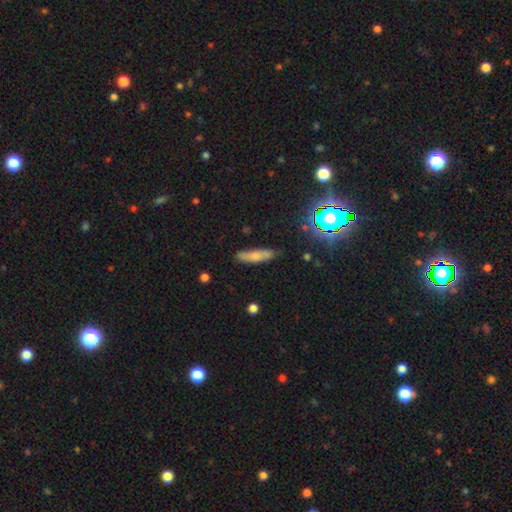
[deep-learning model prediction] A smooth galaxy with no disk features (69%) that is cigar-shaped (76%).

Vote fractions:
- Smooth or featured? smooth: 69% / featured or disk: 20% / star or artifact: 11%
- How rounded? cigar-shaped: 76% / in between: 22% / round: 2%
- Merging? none: 81% / minor disturbance: 14% / major disturbance: 3% / merger: 2%